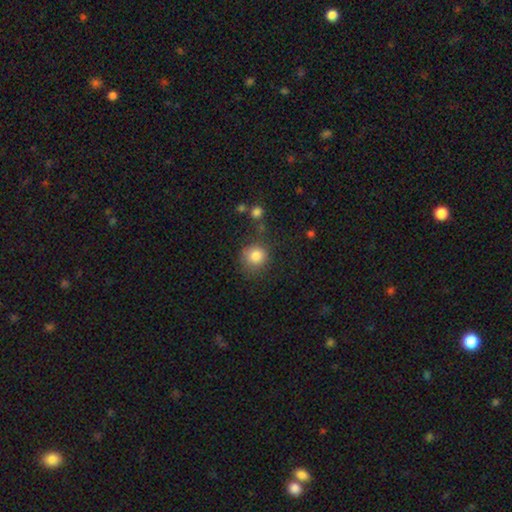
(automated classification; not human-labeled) Smooth or featured?
  - smooth: 84% *
  - star or artifact: 10%
  - featured or disk: 6%
How rounded?
  - round: 88% *
  - in between: 12%
  - cigar-shaped: 1%
Merging?
  - none: 75% *
  - minor disturbance: 16%
  - major disturbance: 5%
  - merger: 4%